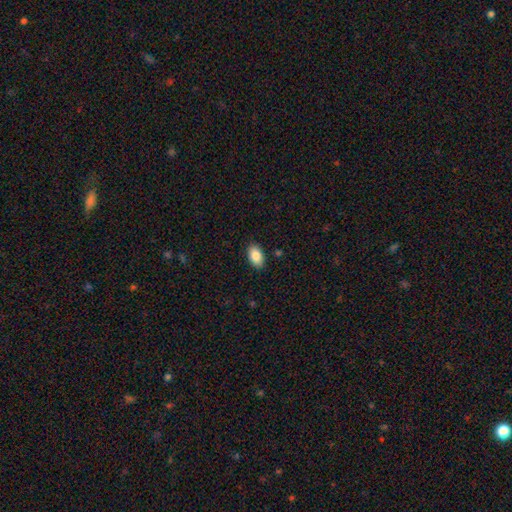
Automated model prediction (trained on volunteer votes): This is clearly a smooth galaxy (87%). How rounded: clearly in between (93%). Merging: clearly none (88%).